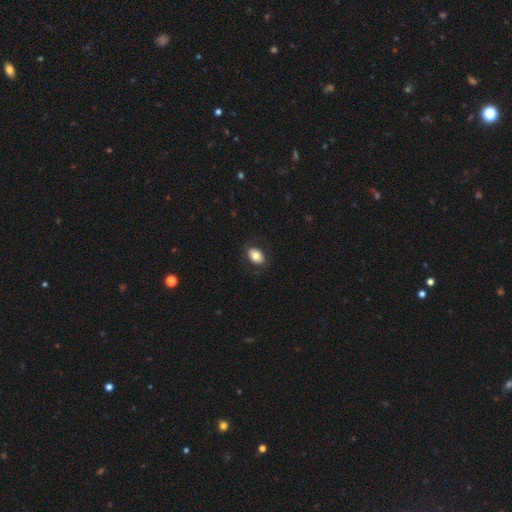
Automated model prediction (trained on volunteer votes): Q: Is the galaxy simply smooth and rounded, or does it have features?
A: smooth — 80%.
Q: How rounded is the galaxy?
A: in between — 82%.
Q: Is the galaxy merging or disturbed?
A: none — 86%.